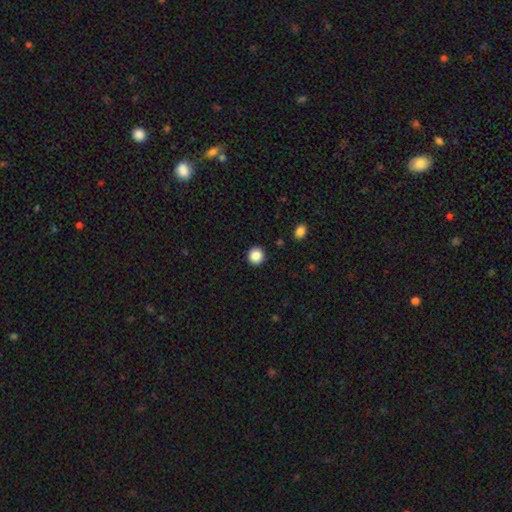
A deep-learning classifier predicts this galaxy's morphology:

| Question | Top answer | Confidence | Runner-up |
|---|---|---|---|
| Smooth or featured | smooth | 87% | star or artifact (9%) |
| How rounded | round | 94% | in between (5%) |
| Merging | none | 93% | minor disturbance (5%) |